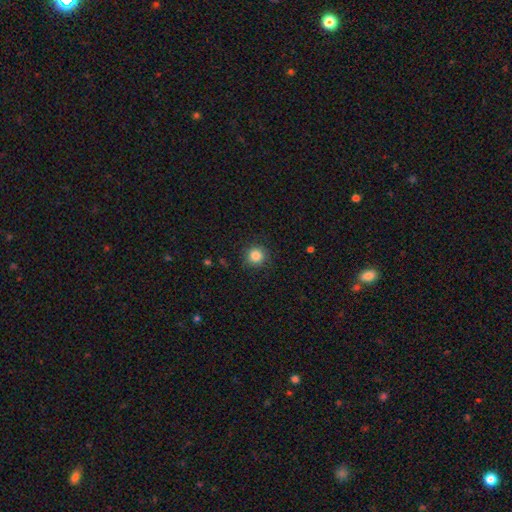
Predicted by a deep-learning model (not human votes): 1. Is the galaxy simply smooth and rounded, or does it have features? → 85% smooth, 11% star or artifact, 4% featured or disk.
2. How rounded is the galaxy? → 94% round, 5% in between, 1% cigar-shaped.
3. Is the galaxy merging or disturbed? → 89% none, 7% minor disturbance, 2% major disturbance, 1% merger.